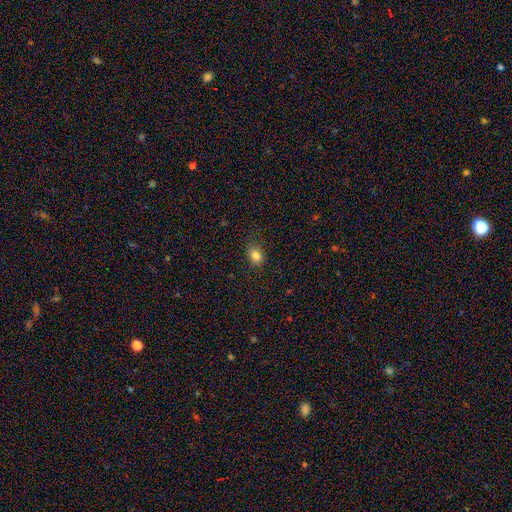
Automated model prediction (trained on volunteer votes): This appears to be a smooth galaxy with no disk features (82%) that is in between round and cigar-shaped (61%). Merging: none (81%).